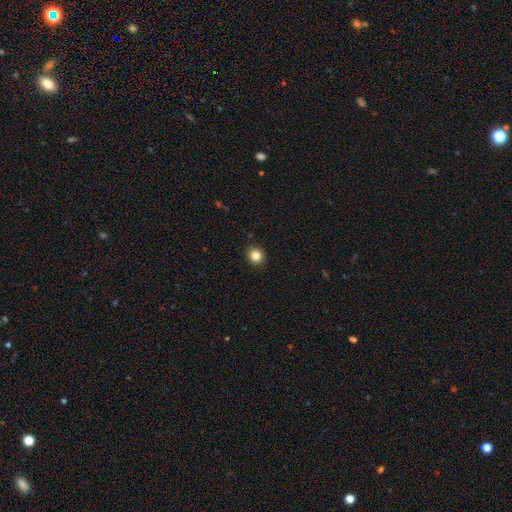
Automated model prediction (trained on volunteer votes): This appears to be a smooth galaxy with no disk features (84%) that is round (79%). Merging: none (91%).